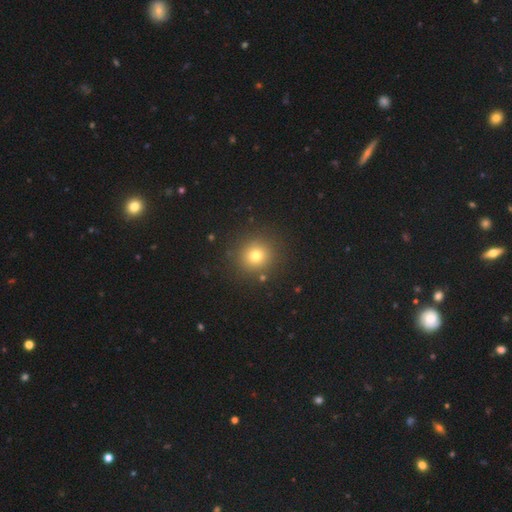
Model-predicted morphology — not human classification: The model was most divided on "smooth or featured": smooth: 74%, star or artifact: 17%, featured or disk: 9%. More confident: how rounded — round (92%); merging — none (89%).